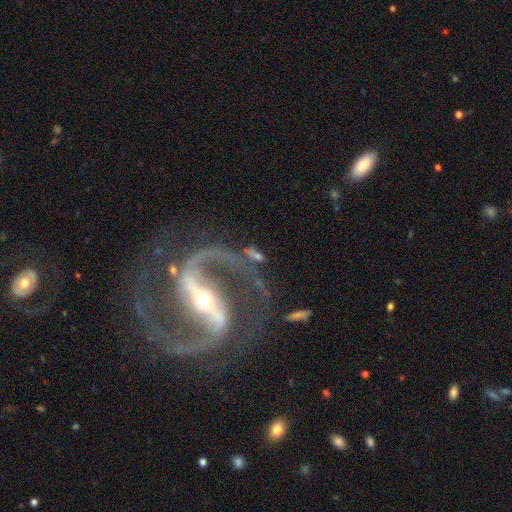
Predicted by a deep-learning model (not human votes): Morphology: type=featured or disk (83%); edge-on=no (92%); bar=strong (61%); spiral arms=yes (85%); winding=loose (51%); arm count=2 (82%); bulge=moderate (54%); merging=none (54%).